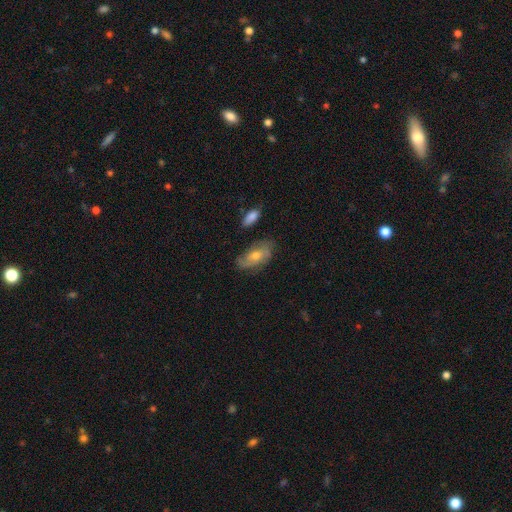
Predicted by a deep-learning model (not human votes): A featured or disk galaxy (58%) with no bar (67%), spiral arms (79%) and a moderate central bulge (60%). Merging: none (72%).